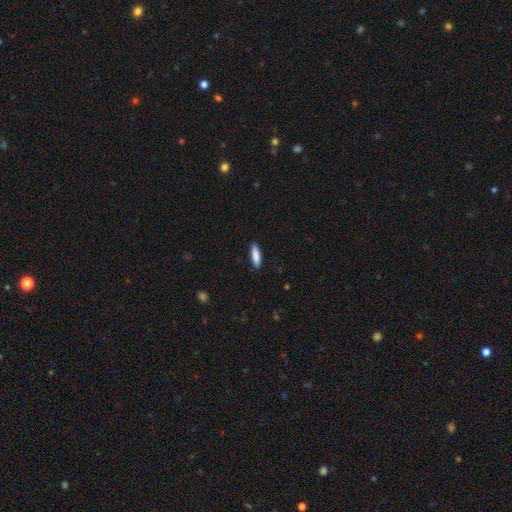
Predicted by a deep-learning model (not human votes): Overall: smooth (87%). How rounded: cigar-shaped (57%; in between 41%). Merging: none (89%).